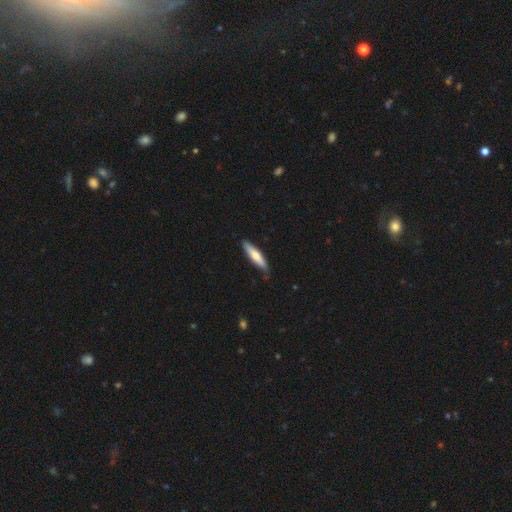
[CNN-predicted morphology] Smooth or featured? smooth (64%)
How rounded? cigar-shaped (80%)
Merging? none (82%)